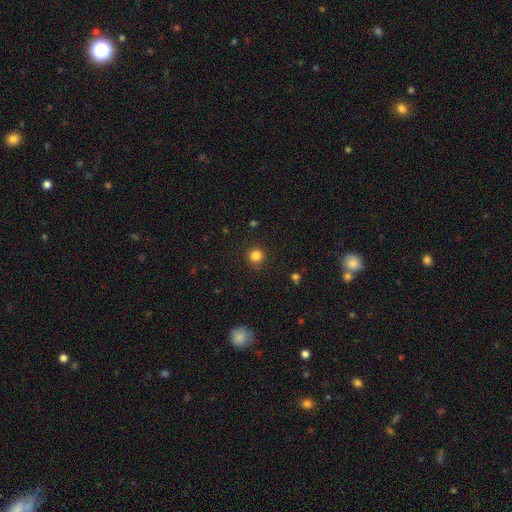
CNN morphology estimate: This is clearly a smooth galaxy (83%). How rounded: clearly round (94%). Merging: clearly none (89%).